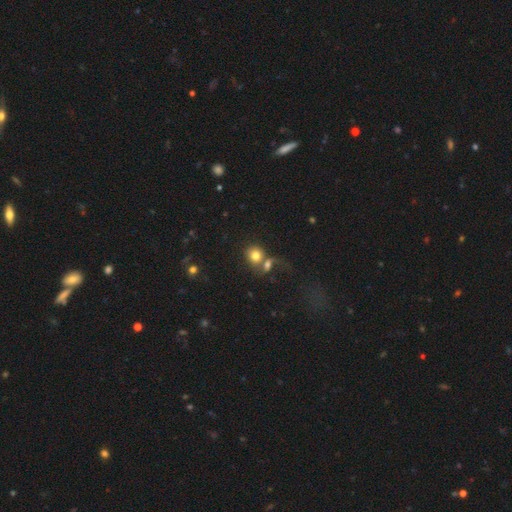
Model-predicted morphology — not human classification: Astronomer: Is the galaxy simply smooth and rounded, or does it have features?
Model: smooth — 76%.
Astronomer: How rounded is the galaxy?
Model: round — 72%.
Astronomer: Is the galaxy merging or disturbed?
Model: merger — 50% (runner-up: none, 33%).